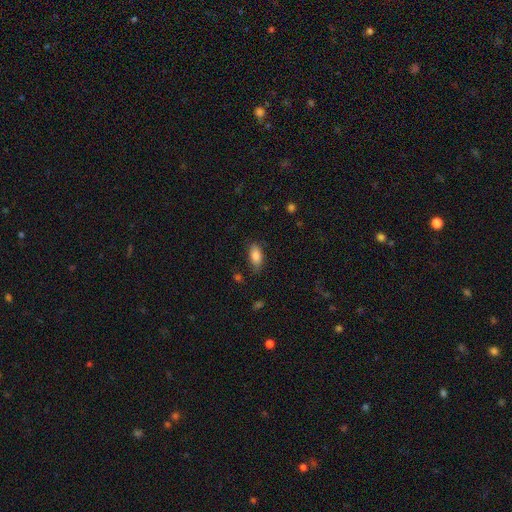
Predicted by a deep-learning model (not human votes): smooth 84%, featured or disk 9%, star or artifact 7%. Down the decision tree: how rounded — in between (88%); merging — none (77%).